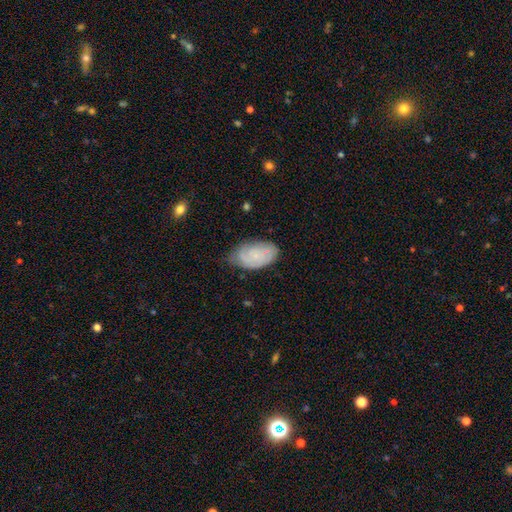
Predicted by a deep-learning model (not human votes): Smooth or featured? Predicted: smooth (p=0.50). Merging? Predicted: none (p=0.56).